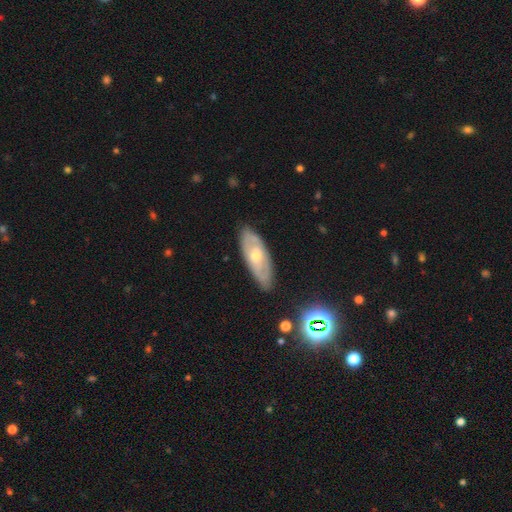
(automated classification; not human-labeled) A featured or disk galaxy (60%).

Vote fractions:
- Smooth or featured? featured or disk: 60% / smooth: 33% / star or artifact: 7%
- Edge-on disk? no: 80% / yes: 20%
- Merging? none: 82% / minor disturbance: 14% / major disturbance: 3% / merger: 1%